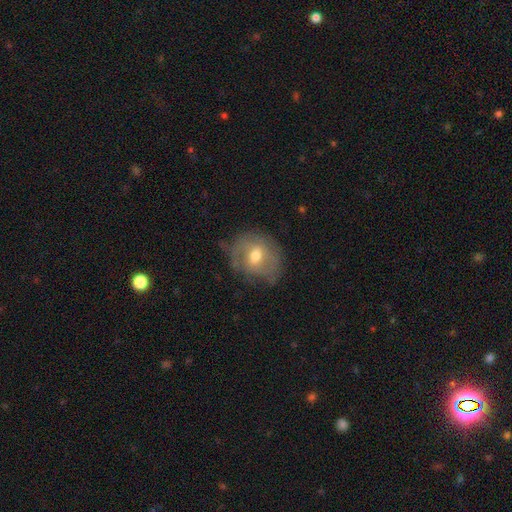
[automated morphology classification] A featured or disk galaxy (51%).

Vote fractions:
- Smooth or featured? featured or disk: 51% / smooth: 41% / star or artifact: 8%
- Edge-on disk? no: 95% / yes: 5%
- Merging? none: 59% / minor disturbance: 28% / major disturbance: 12% / merger: 2%